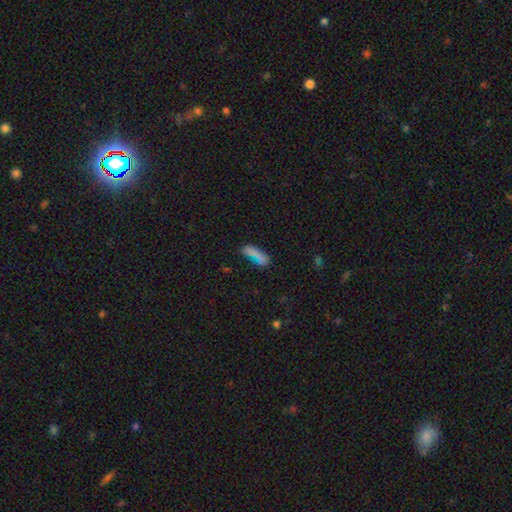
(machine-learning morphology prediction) This appears to be a smooth galaxy with no disk features (73%) that is in between round and cigar-shaped (48%, tied with cigar-shaped). Merging: none (61%).